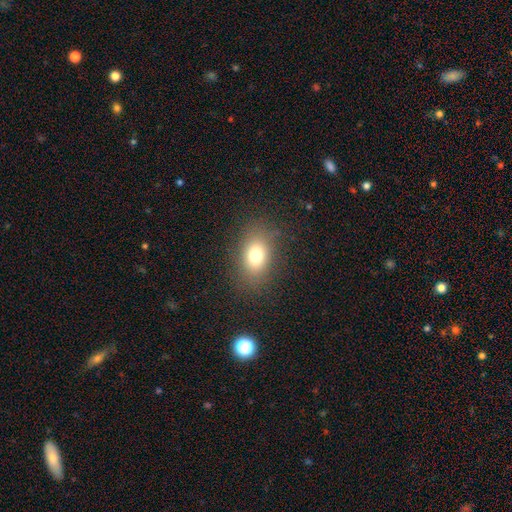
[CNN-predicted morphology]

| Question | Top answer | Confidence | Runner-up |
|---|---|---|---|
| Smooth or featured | smooth | 76% | star or artifact (13%) |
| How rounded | in between | 75% | round (24%) |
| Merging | none | 83% | minor disturbance (10%) |